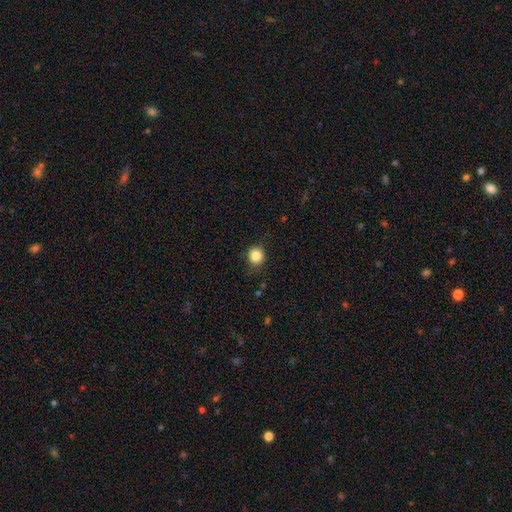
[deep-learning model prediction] Smooth or featured? smooth (85%)
How rounded? round (85%)
Merging? none (84%)